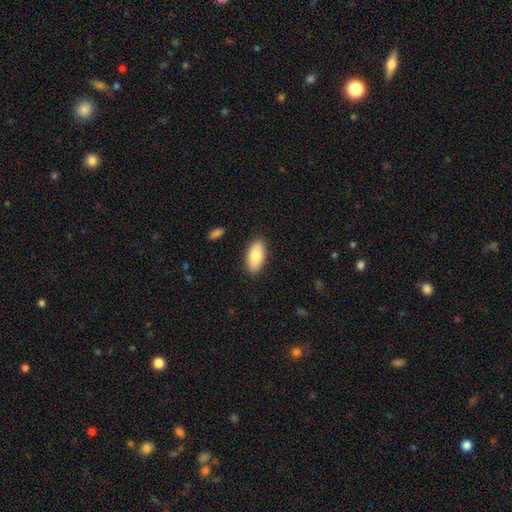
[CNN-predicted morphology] type=smooth (82%); roundness=in between (92%); merging=none (88%).